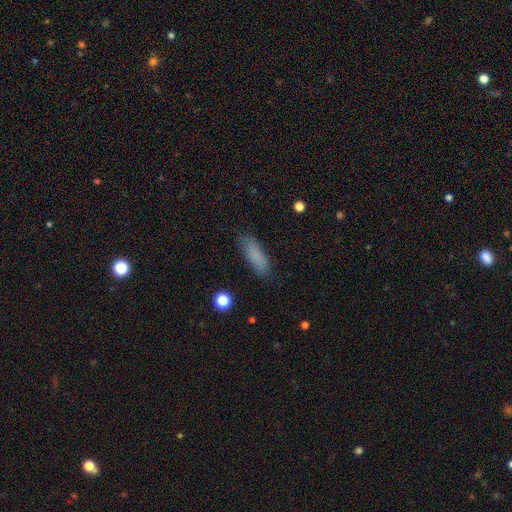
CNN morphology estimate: This is clearly a smooth galaxy (83%). How rounded: possibly in between (49%, tied with cigar-shaped). Merging: clearly none (82%).